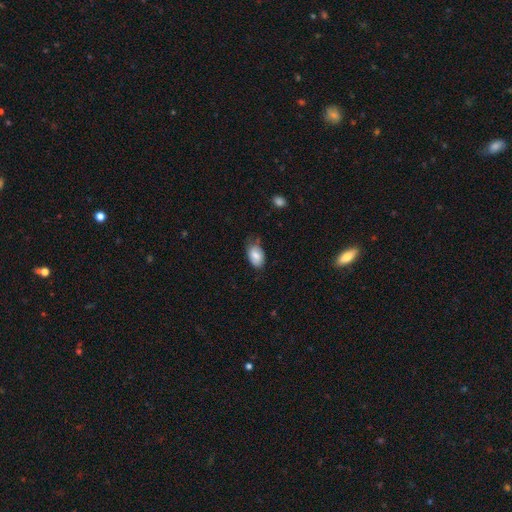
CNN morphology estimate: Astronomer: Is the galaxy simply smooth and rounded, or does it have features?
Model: smooth — 80%.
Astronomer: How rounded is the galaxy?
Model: in between — 90%.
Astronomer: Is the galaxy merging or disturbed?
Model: none — 59%.